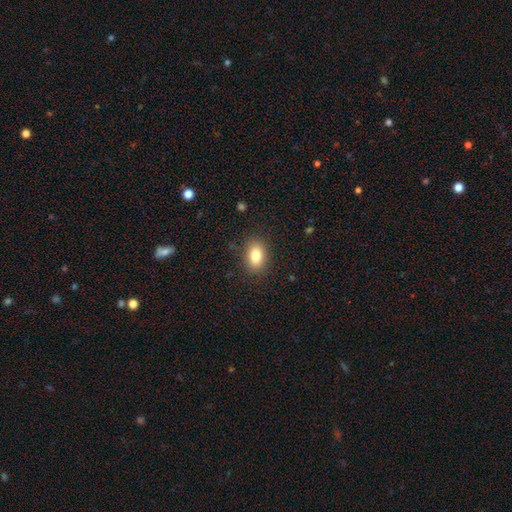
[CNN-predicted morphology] A smooth galaxy with no disk features (82%) that is in between round and cigar-shaped (80%).

Vote fractions:
- Smooth or featured? smooth: 82% / star or artifact: 9% / featured or disk: 9%
- How rounded? in between: 80% / round: 19% / cigar-shaped: 1%
- Merging? none: 86% / minor disturbance: 10% / major disturbance: 3% / merger: 1%